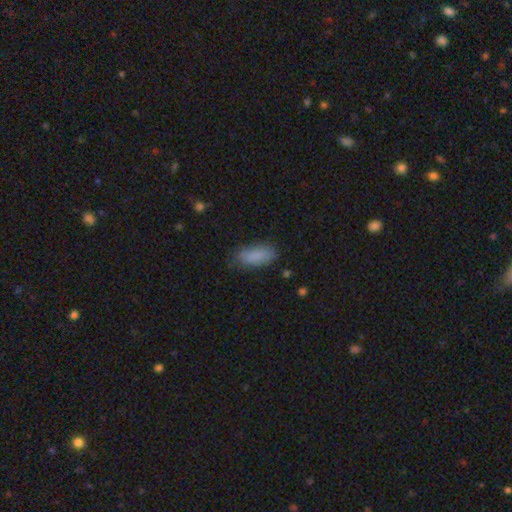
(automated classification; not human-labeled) A smooth galaxy with no disk features (87%) that is in between round and cigar-shaped (83%). Merging: none (78%).